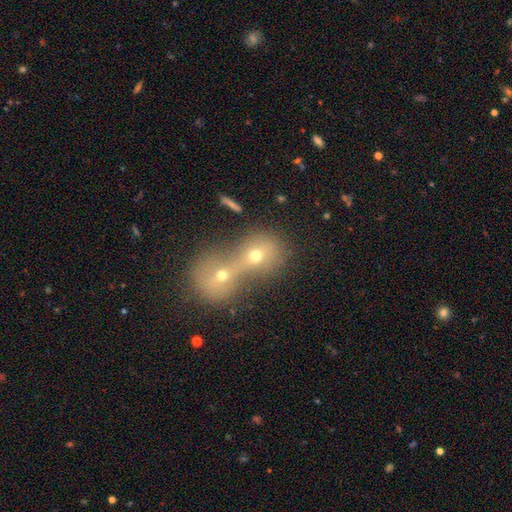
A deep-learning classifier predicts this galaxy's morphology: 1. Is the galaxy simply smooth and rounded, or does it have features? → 55% smooth, 25% featured or disk, 20% star or artifact.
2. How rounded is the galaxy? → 71% round, 27% in between, 2% cigar-shaped.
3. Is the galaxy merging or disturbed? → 78% merger, 16% none, 4% minor disturbance, 3% major disturbance.